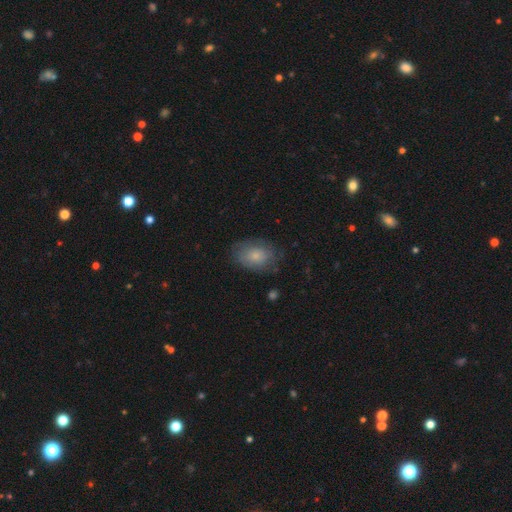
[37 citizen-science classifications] Smooth or featured? smooth (70%)
How rounded? in between (85%)
Merging? none (77%)